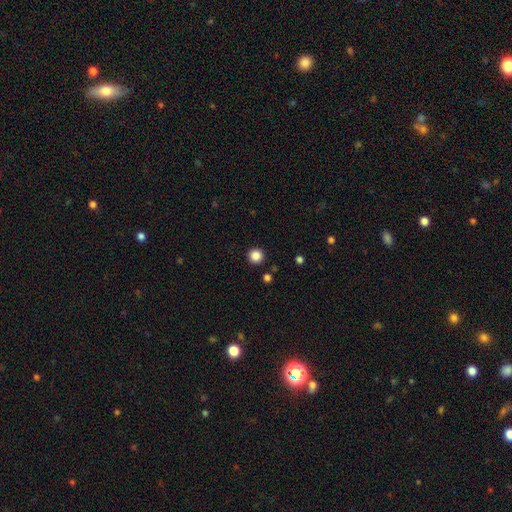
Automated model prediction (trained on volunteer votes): Overall: smooth (86%). How rounded: round (96%). Merging: none (93%).